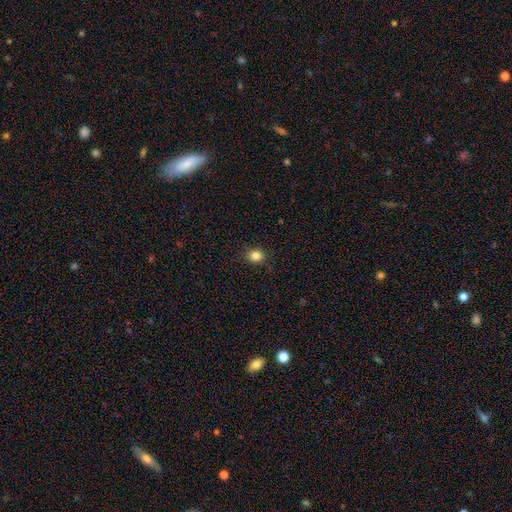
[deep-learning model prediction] This appears to be a smooth galaxy with no disk features (84%) that is round (76%). Merging: none (89%).